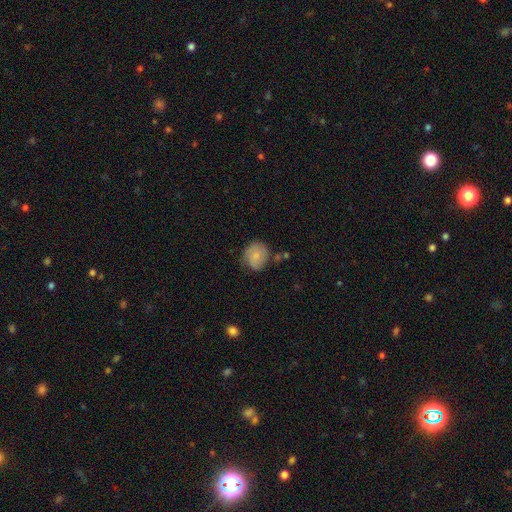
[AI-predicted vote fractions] smooth-or-featured: smooth: 65% | featured or disk: 28% | star or artifact: 7%
  how-rounded: round: 76% | in between: 23% | cigar-shaped: 1%
  merging: none: 64% | minor disturbance: 25% | major disturbance: 7% | merger: 3%